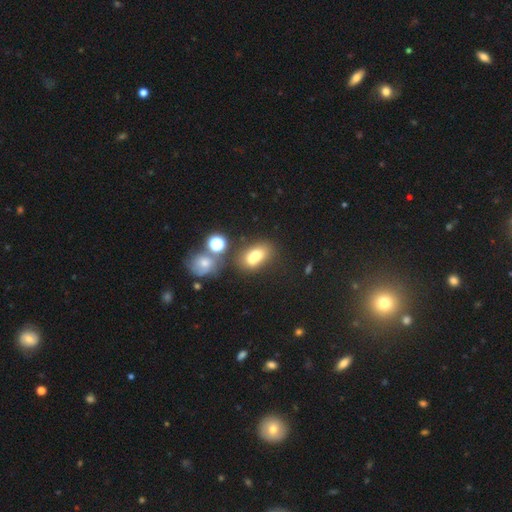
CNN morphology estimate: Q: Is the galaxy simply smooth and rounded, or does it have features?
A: smooth — 66%.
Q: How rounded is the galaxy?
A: in between — 69%.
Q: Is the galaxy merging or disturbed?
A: merger — 42%.